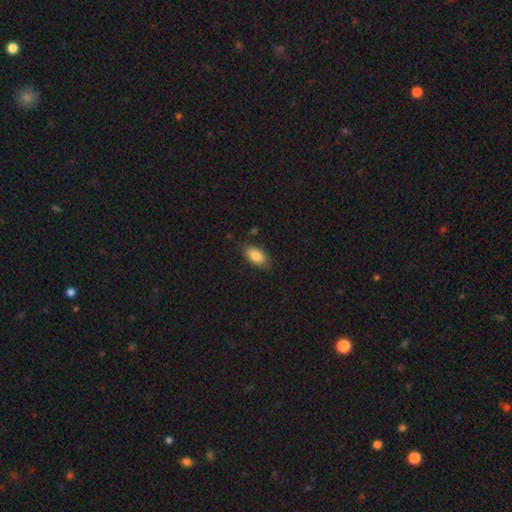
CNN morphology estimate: The model was most divided on "merging": none: 81%, minor disturbance: 14%, major disturbance: 3%, merger: 1%. More confident: how rounded — in between (91%); smooth or featured — smooth (86%).